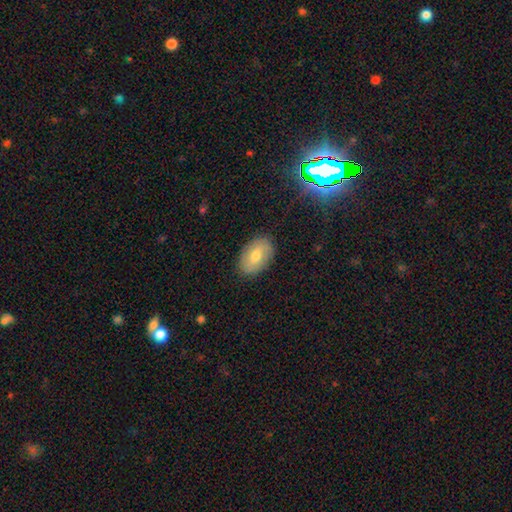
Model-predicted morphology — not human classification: smooth 64%, featured or disk 25%, star or artifact 11%. Down the decision tree: how rounded — in between (89%); merging — none (86%).